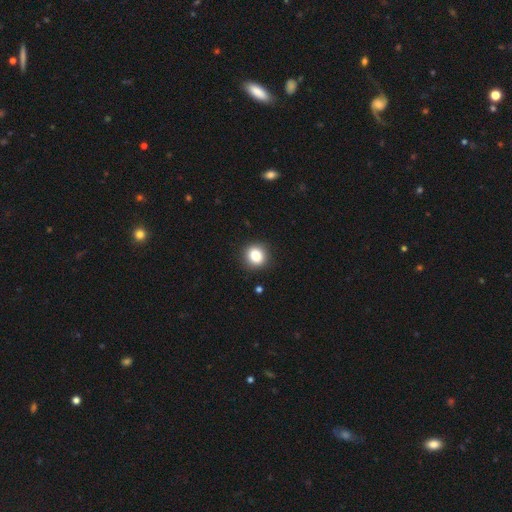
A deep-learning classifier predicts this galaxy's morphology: smooth-or-featured: smooth: 85% | star or artifact: 10% | featured or disk: 5%
  how-rounded: round: 81% | in between: 18% | cigar-shaped: 1%
  merging: none: 89% | minor disturbance: 7% | major disturbance: 2% | merger: 1%